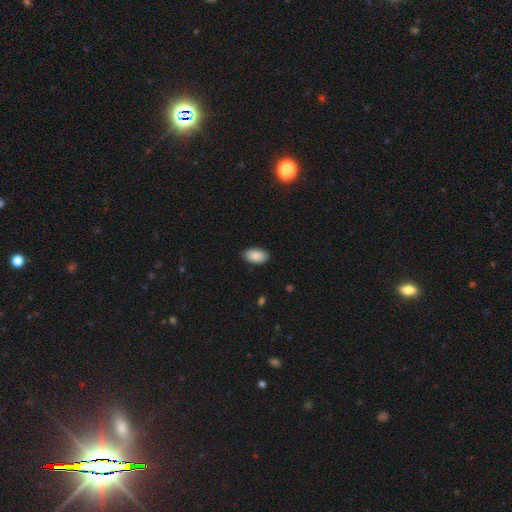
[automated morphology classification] The model was most divided on "merging": none: 87%, minor disturbance: 10%, major disturbance: 2%, merger: 1%. More confident: how rounded — in between (95%); smooth or featured — smooth (90%).